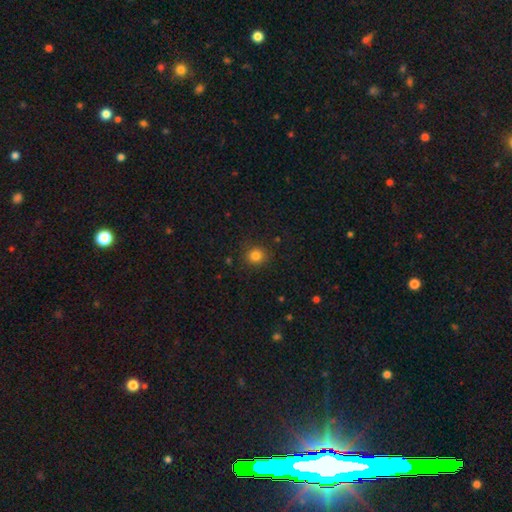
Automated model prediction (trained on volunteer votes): smooth 83%, star or artifact 12%, featured or disk 5%. Down the decision tree: how rounded — round (87%); merging — none (87%).